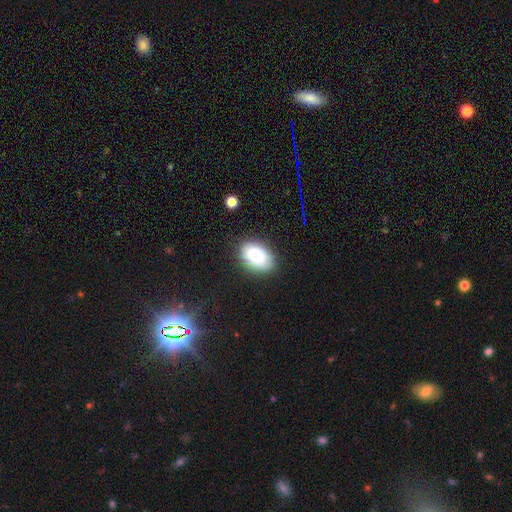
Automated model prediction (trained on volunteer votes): Smooth or featured? smooth (79%)
How rounded? in between (86%)
Merging? none (84%)